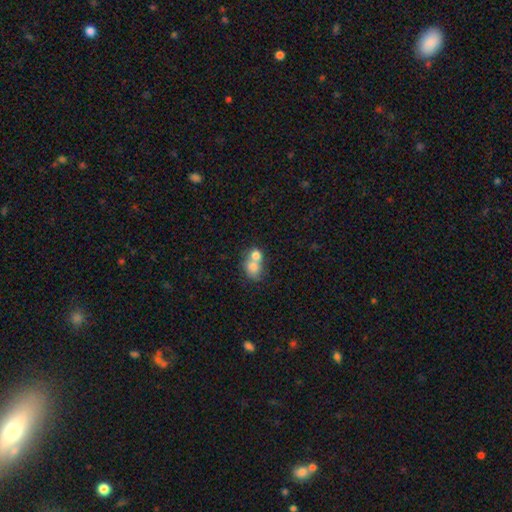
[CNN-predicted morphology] Q: Smooth or featured?
A: smooth (75%); runner-up: featured or disk (16%)
Q: How rounded?
A: round (60%); runner-up: in between (39%)
Q: Merging?
A: merger (67%); runner-up: none (24%)